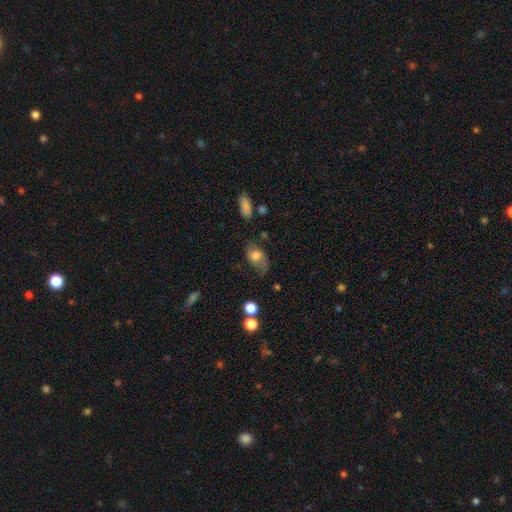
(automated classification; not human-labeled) smooth_or_featured: smooth (p=0.59) [alt: featured or disk p=0.32]
how_rounded: in between (p=0.77) [alt: round p=0.21]
merging: none (p=0.42) [alt: minor disturbance p=0.31]